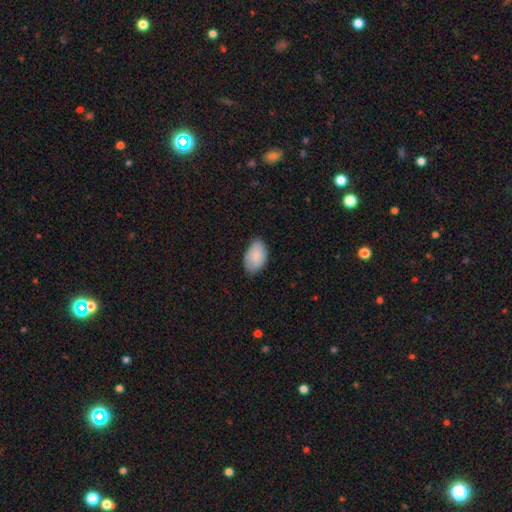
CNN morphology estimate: A smooth galaxy with no disk features (83%) that is in between round and cigar-shaped (93%). Merging: none (74%).